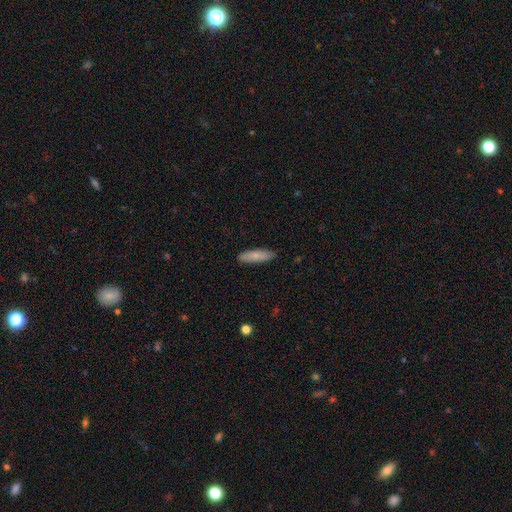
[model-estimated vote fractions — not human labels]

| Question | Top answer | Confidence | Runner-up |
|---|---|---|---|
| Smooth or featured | smooth | 77% | featured or disk (17%) |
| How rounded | cigar-shaped | 64% | in between (34%) |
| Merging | none | 88% | minor disturbance (10%) |